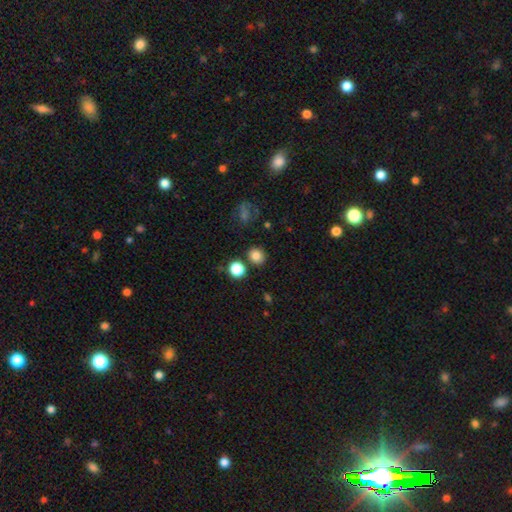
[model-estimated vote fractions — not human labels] Morphology: type=smooth (82%); roundness=round (82%); merging=none (83%).